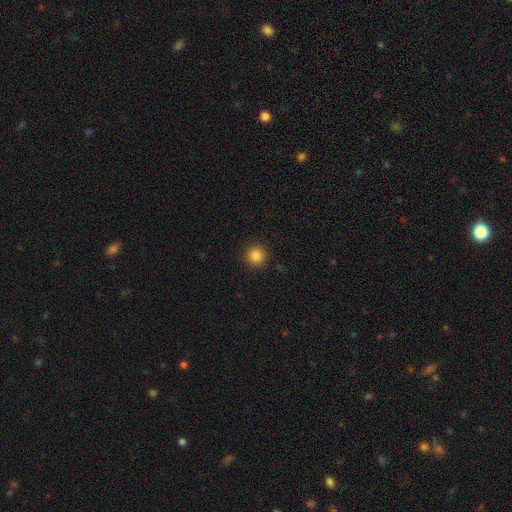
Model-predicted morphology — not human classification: A smooth galaxy with no disk features (85%) that is round (95%). Merging: none (92%).